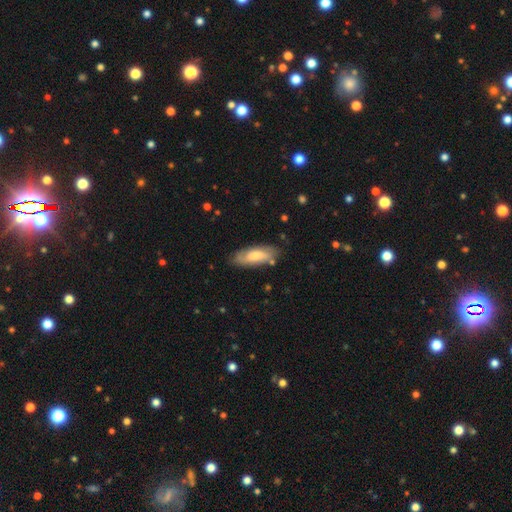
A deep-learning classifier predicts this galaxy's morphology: smooth 67%, featured or disk 27%, star or artifact 6%. Down the decision tree: how rounded — in between (72%); merging — none (74%).